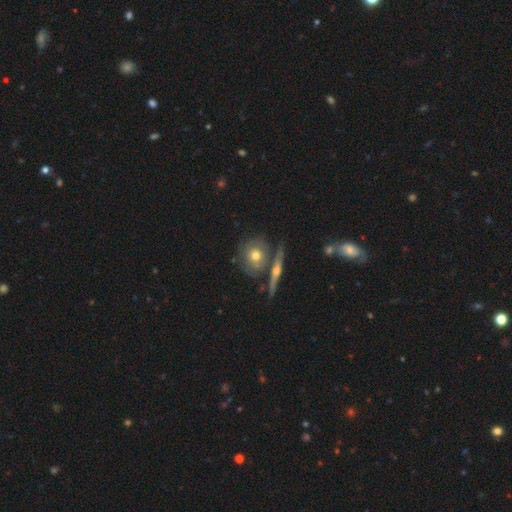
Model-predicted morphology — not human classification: smooth-or-featured: smooth: 48% | featured or disk: 44% | star or artifact: 8%
  merging: none: 62% | merger: 21% | minor disturbance: 13% | major disturbance: 4%